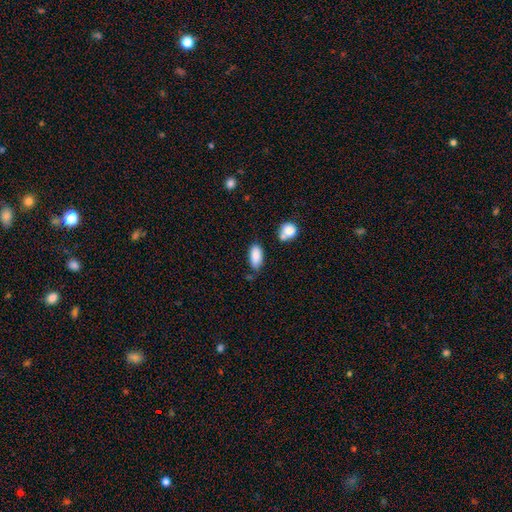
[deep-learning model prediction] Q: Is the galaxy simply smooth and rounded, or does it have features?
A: smooth — 87%.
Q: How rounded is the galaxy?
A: in between — 89%.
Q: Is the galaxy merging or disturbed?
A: none — 69%.